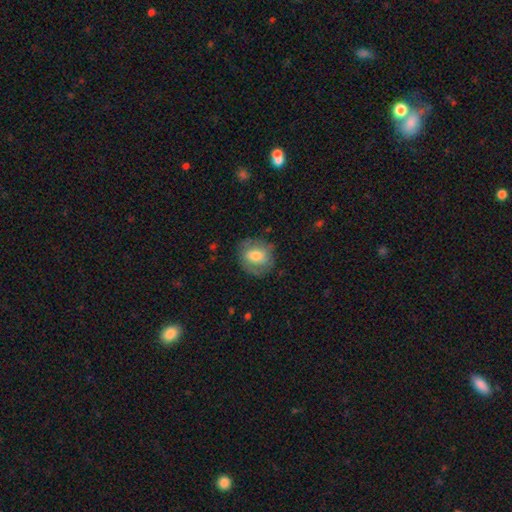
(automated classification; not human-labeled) Morphology: type=smooth (64%); roundness=round (70%); merging=none (74%).